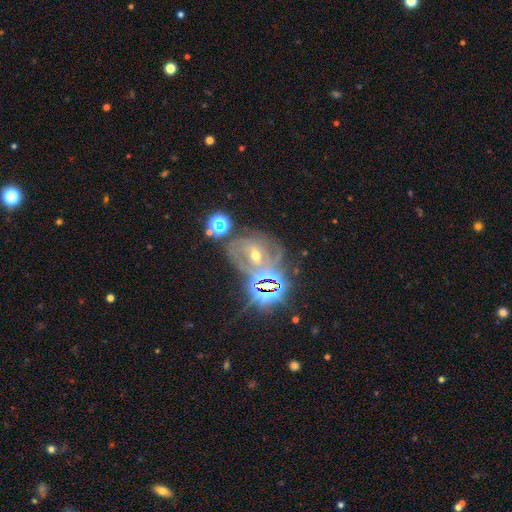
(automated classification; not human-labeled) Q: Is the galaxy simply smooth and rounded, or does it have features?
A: featured or disk — 48%.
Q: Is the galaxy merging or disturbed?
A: none — 58%.